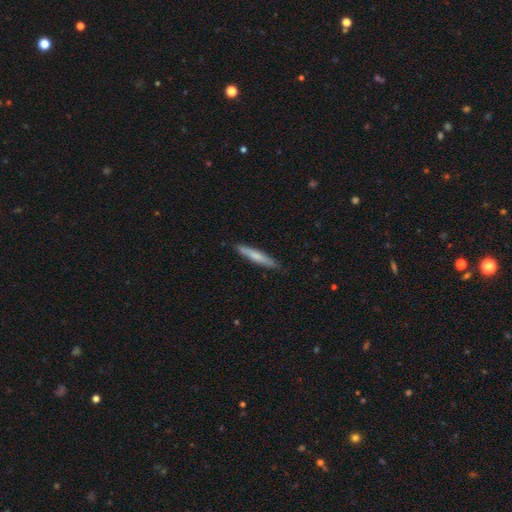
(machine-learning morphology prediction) A smooth galaxy with no disk features (67%) that is cigar-shaped (93%).

Vote fractions:
- Smooth or featured? smooth: 67% / featured or disk: 27% / star or artifact: 5%
- How rounded? cigar-shaped: 93% / in between: 5% / round: 1%
- Merging? none: 87% / minor disturbance: 10% / major disturbance: 2% / merger: 1%